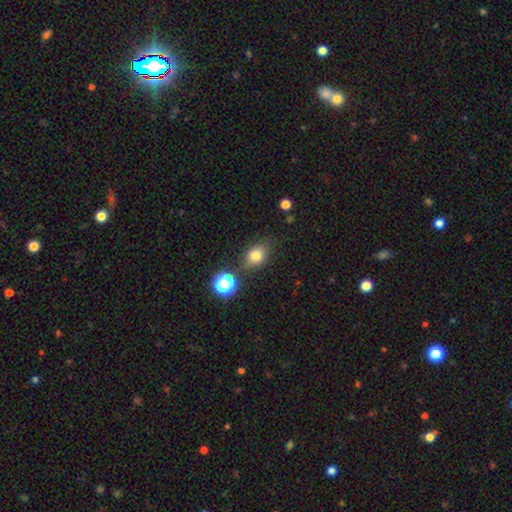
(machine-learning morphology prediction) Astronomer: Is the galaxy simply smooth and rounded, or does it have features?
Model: smooth — 77%.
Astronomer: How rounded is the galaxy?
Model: in between — 55% (runner-up: round, 44%).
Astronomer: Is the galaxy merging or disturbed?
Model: none — 73%.